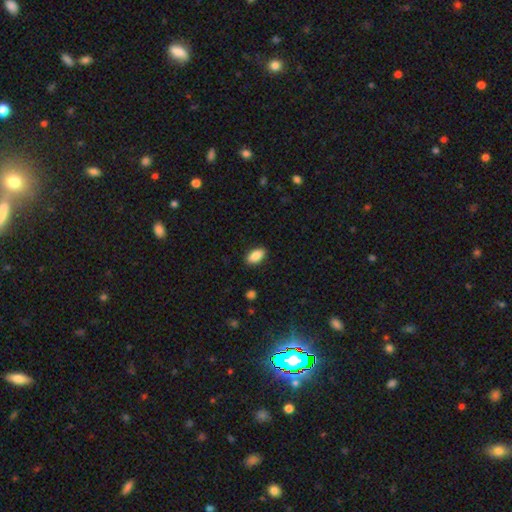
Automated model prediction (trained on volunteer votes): smooth-or-featured: smooth: 89% | star or artifact: 7% | featured or disk: 4%
  how-rounded: in between: 92% | cigar-shaped: 4% | round: 3%
  merging: none: 88% | minor disturbance: 9% | major disturbance: 2% | merger: 1%